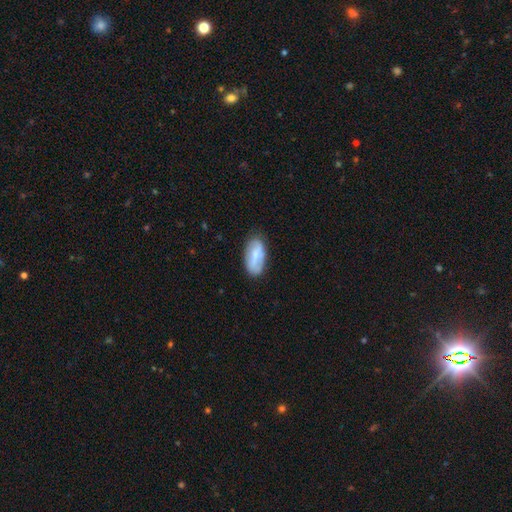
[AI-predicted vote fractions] This appears to be a smooth galaxy with no disk features (56%) that is in between round and cigar-shaped (92%). Merging: none (76%).